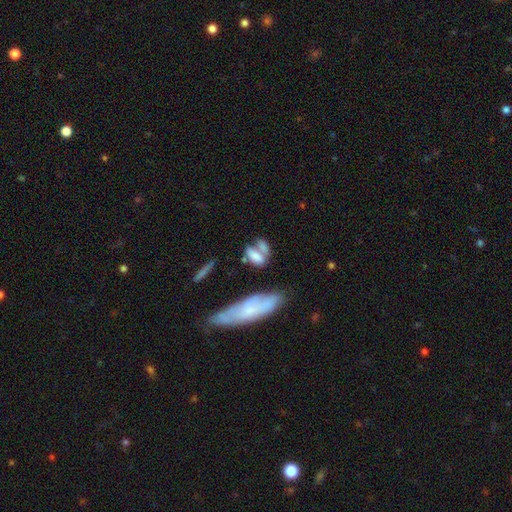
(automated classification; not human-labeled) smooth-or-featured: smooth: 69% | featured or disk: 23% | star or artifact: 8%
  how-rounded: in between: 76% | cigar-shaped: 17% | round: 7%
  merging: merger: 37% | none: 35% | minor disturbance: 17% | major disturbance: 11%